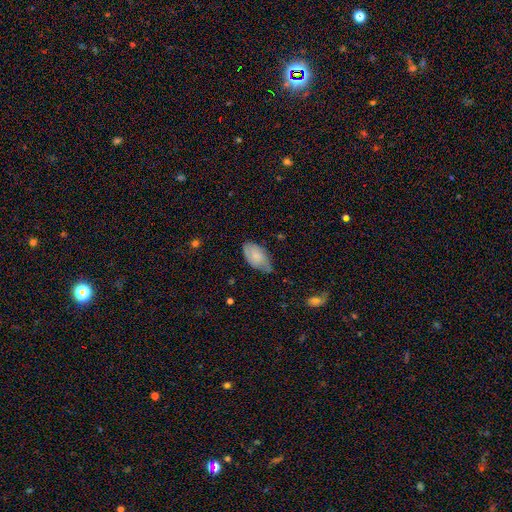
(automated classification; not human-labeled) Smooth or featured: smooth — 70% (featured or disk — 23%)
How rounded: in between — 94% (round — 4%)
Merging: none — 51% (minor disturbance — 40%)